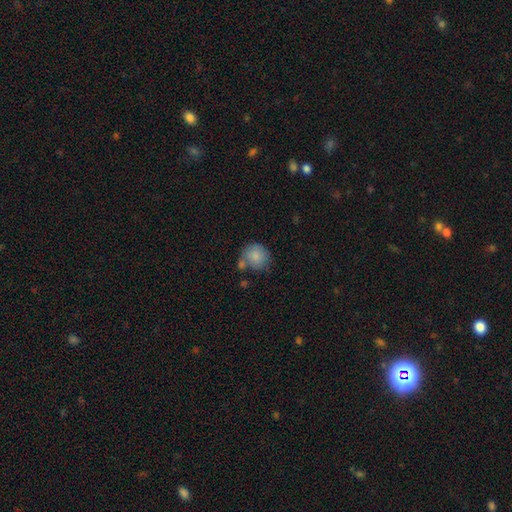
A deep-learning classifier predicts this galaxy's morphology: The model was most divided on "merging": none: 55%, merger: 19%, minor disturbance: 19%, major disturbance: 6%. More confident: smooth or featured — smooth (84%); how rounded — round (83%).